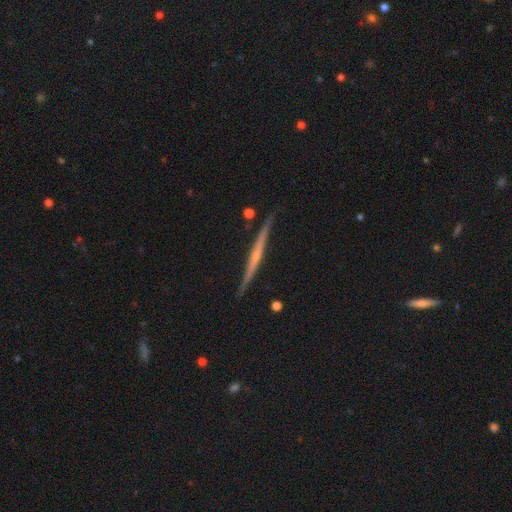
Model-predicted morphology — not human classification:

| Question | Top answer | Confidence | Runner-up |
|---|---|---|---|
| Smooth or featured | featured or disk | 79% | smooth (15%) |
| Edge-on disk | yes | 98% | no (2%) |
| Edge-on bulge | rounded | 54% | none (40%) |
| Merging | none | 89% | minor disturbance (8%) |